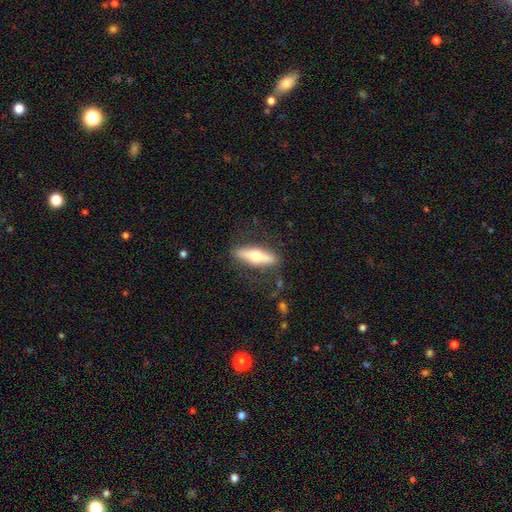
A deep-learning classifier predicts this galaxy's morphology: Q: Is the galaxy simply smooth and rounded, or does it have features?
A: featured or disk — 54%.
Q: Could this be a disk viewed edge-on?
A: yes — 88%.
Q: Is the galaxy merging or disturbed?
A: none — 83%.